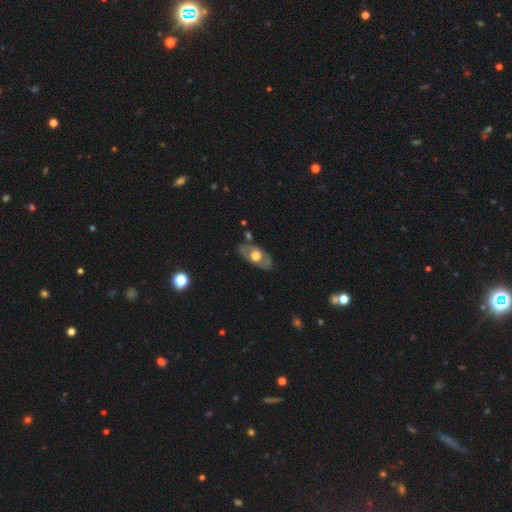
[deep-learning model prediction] A featured or disk galaxy (57%). Merging: none (77%).